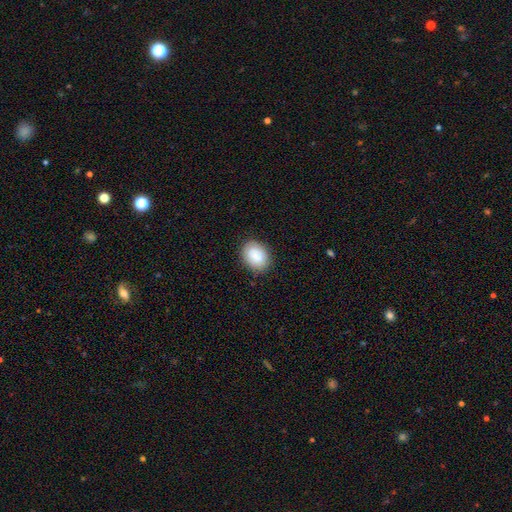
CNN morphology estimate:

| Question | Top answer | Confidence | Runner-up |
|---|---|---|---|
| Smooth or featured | smooth | 85% | featured or disk (8%) |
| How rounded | in between | 64% | round (35%) |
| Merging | none | 84% | minor disturbance (12%) |